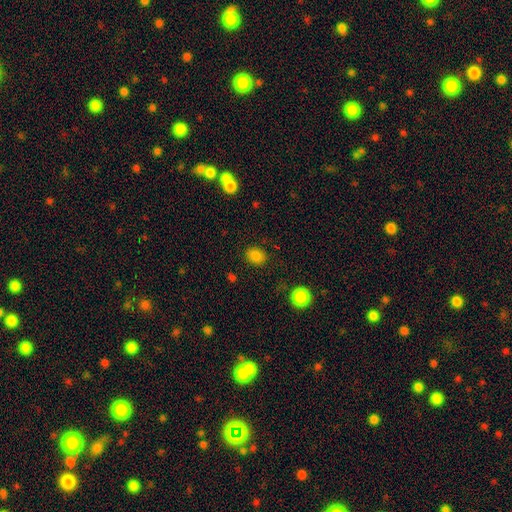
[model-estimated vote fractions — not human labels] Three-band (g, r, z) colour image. It shows a smooth galaxy with no disk features (84%) that is in between round and cigar-shaped (51%). Merging: none (86%).